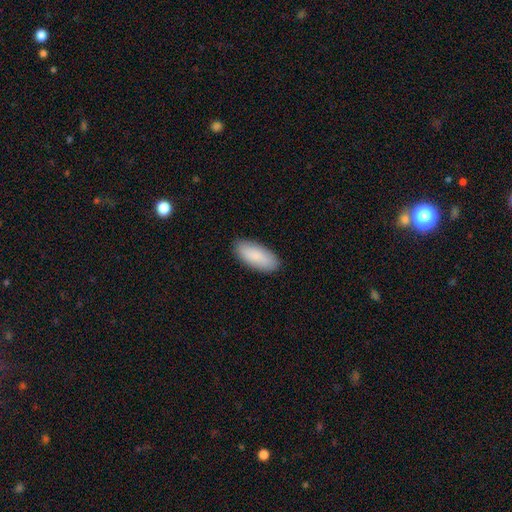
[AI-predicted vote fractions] Smooth or featured? smooth (87%)
How rounded? in between (85%)
Merging? none (89%)